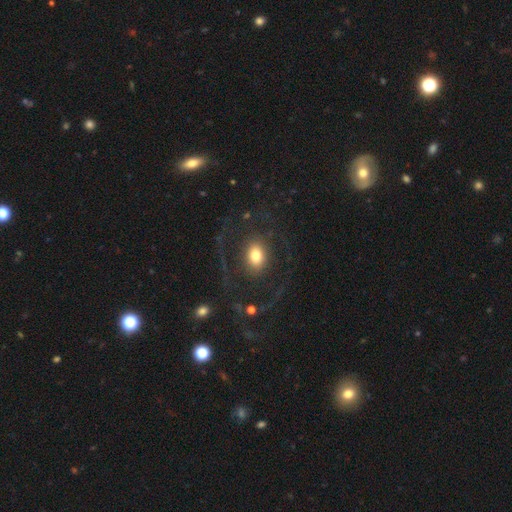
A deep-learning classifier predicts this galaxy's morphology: smooth-or-featured: smooth: 53% | featured or disk: 37% | star or artifact: 10%
  how-rounded: in between: 62% | round: 37% | cigar-shaped: 1%
  merging: none: 66% | major disturbance: 20% | minor disturbance: 12% | merger: 2%